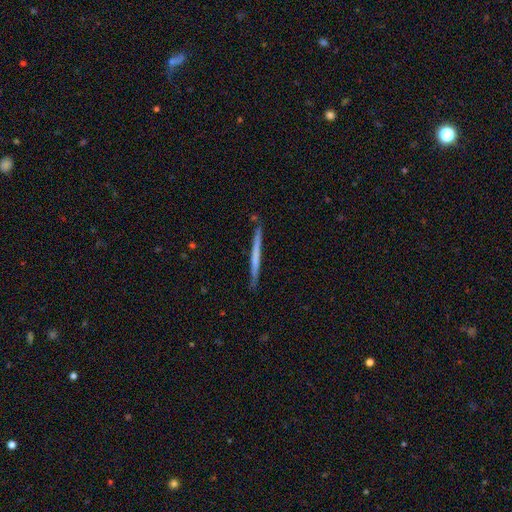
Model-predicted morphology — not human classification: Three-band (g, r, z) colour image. It shows a smooth galaxy with no disk features (49%). Merging: none (88%).